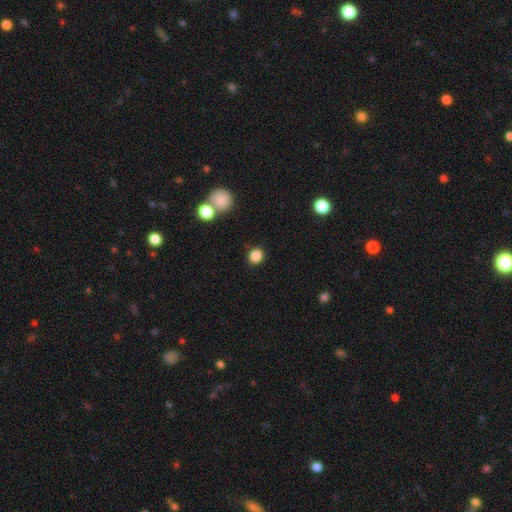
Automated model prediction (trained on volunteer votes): The model was most divided on "how rounded": round: 81%, in between: 18%, cigar-shaped: 1%. More confident: merging — none (87%); smooth or featured — smooth (86%).